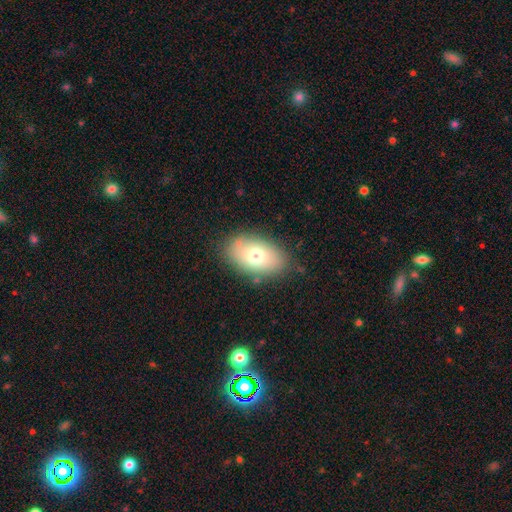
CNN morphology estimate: Smooth or featured? Predicted: smooth (p=0.71). How rounded? Predicted: in between (p=0.89). Merging? Predicted: none (p=0.81).